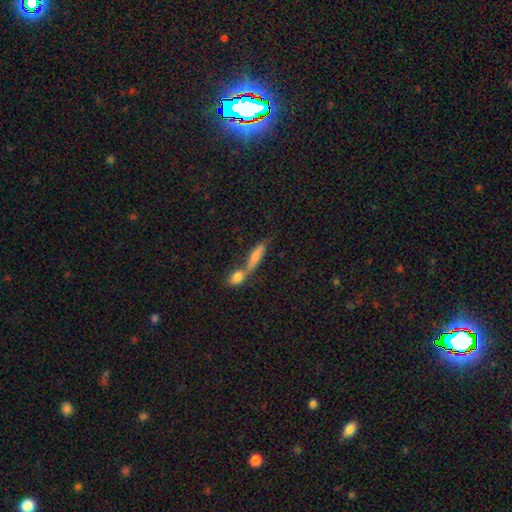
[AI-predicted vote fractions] Morphology: type=smooth (69%); roundness=cigar-shaped (61%); merging=merger (60%).